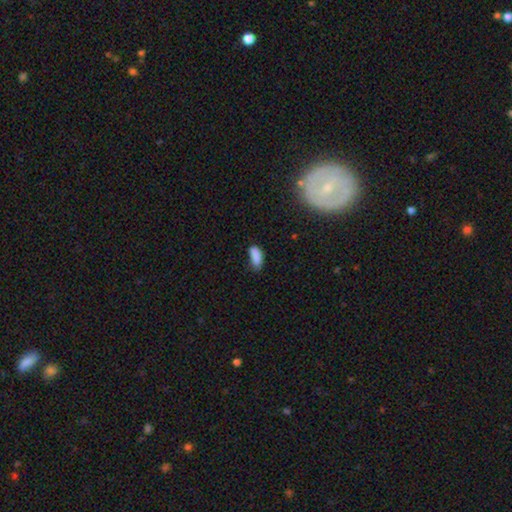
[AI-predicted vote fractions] Morphology: type=smooth (86%); roundness=in between (85%); merging=none (60%).